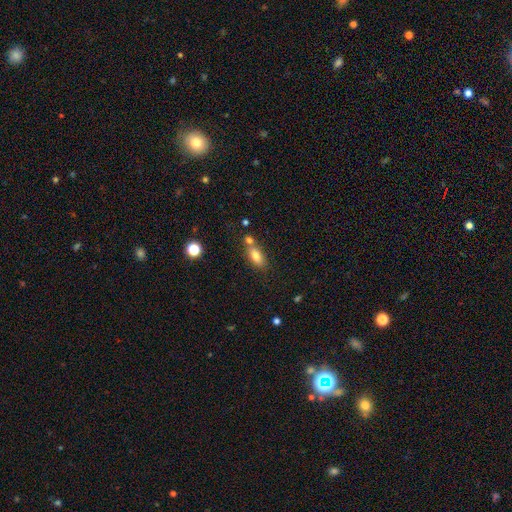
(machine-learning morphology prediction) This is likely a smooth galaxy (77%). How rounded: clearly in between (81%). Merging: possibly none (56%).